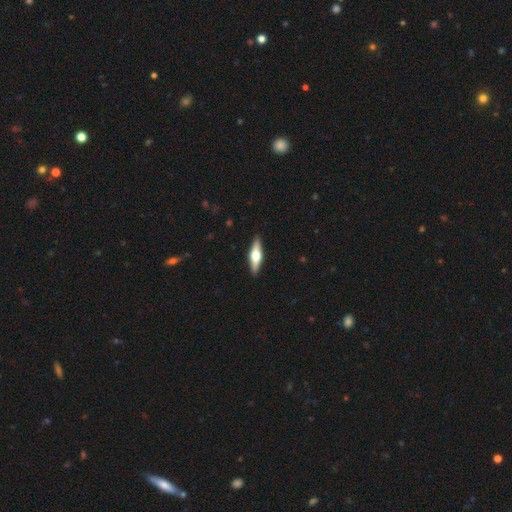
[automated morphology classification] A featured or disk galaxy (54%) viewed edge-on (94%) with a rounded central bulge (95%).

Vote fractions:
- Smooth or featured? featured or disk: 54% / smooth: 40% / star or artifact: 5%
- Edge-on disk? yes: 94% / no: 6%
- Edge-on bulge? rounded: 95% / boxy: 3% / none: 2%
- Merging? none: 90% / minor disturbance: 7% / major disturbance: 2% / merger: 1%